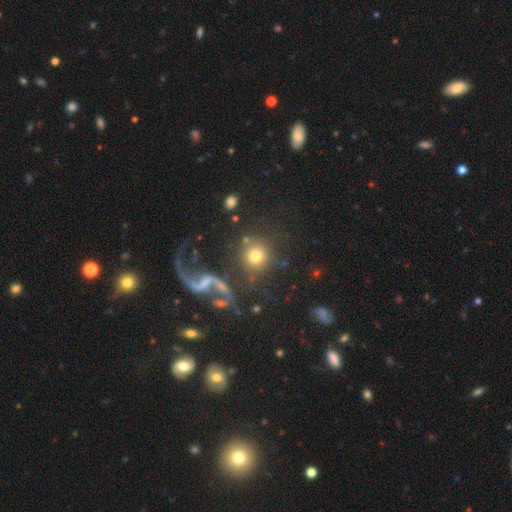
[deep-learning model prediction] A smooth galaxy with no disk features (66%) that is round (92%). Merging: none (71%).